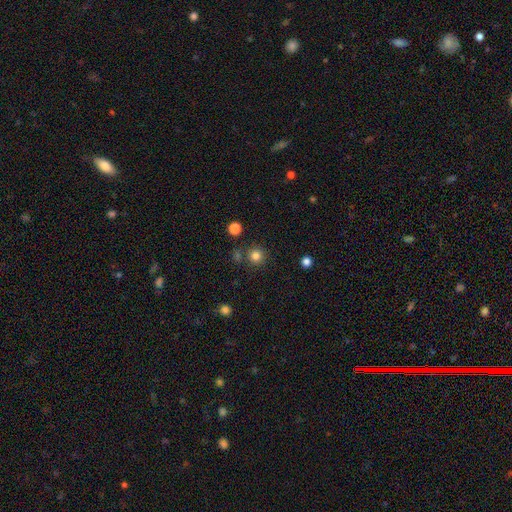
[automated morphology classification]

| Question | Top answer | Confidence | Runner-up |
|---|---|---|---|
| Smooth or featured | smooth | 81% | star or artifact (14%) |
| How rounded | round | 94% | in between (5%) |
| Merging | none | 83% | merger (7%) |